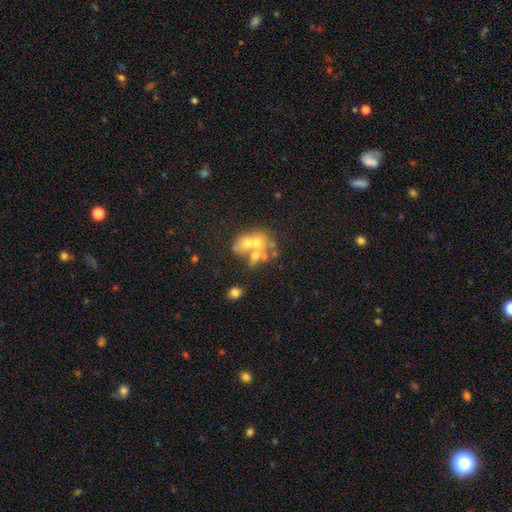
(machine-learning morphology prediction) featured or disk 42%, smooth 41%, star or artifact 16%. Down the decision tree: merging — merger (59%).